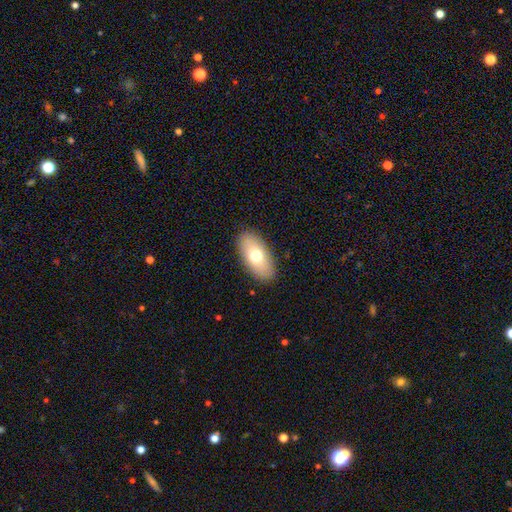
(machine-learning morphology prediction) A smooth galaxy with no disk features (70%) that is in between round and cigar-shaped (92%). Merging: none (87%).